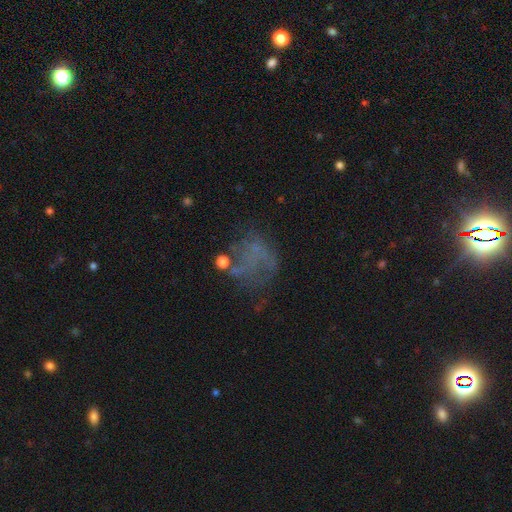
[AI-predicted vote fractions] Smooth or featured: featured or disk — 38% (smooth — 33%)
Merging: none — 40% (major disturbance — 34%)